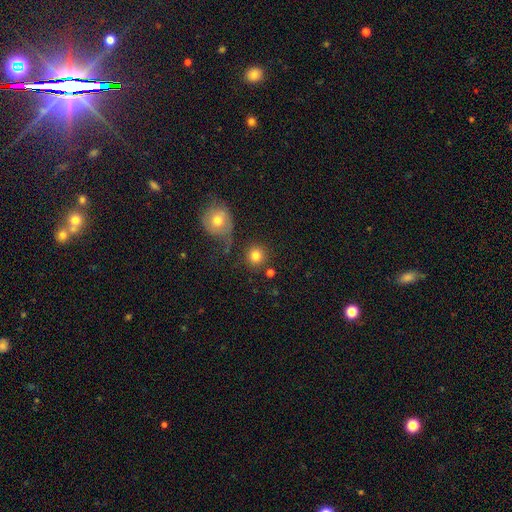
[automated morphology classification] type=smooth (81%); roundness=round (92%); merging=none (78%).